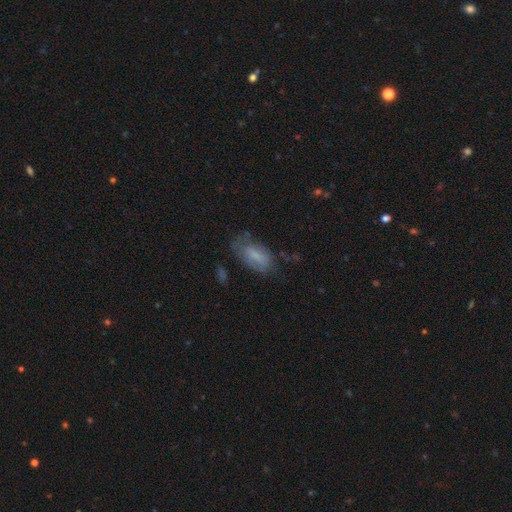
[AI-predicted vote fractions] Morphology: type=smooth (63%); roundness=in between (89%); merging=none (52%).